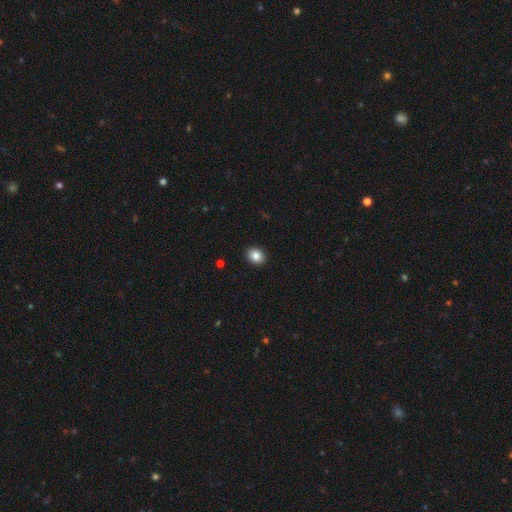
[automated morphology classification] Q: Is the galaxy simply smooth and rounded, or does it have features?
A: smooth — 86%.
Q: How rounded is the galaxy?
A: round — 54%.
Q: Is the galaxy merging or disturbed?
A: none — 92%.